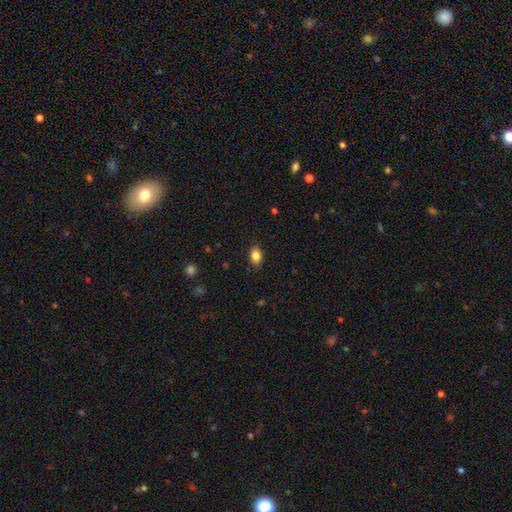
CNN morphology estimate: Smooth or featured? Predicted: smooth (p=0.85). How rounded? Predicted: in between (p=0.77). Merging? Predicted: none (p=0.87).